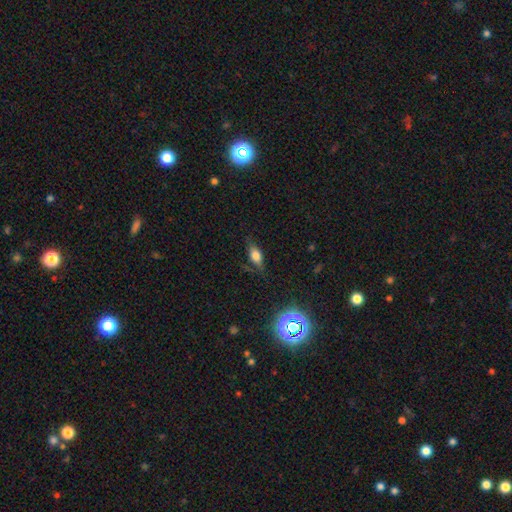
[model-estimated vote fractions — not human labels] smooth-or-featured: smooth: 66% | featured or disk: 21% | star or artifact: 12%
  how-rounded: in between: 77% | cigar-shaped: 16% | round: 6%
  merging: none: 74% | minor disturbance: 18% | major disturbance: 6% | merger: 2%